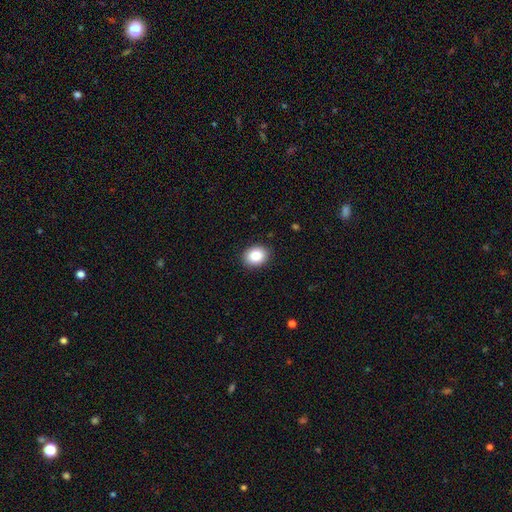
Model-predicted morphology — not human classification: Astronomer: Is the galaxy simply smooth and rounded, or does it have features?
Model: smooth — 86%.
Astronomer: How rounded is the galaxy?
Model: in between — 51% (runner-up: round, 49%).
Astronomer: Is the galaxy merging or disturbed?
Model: none — 90%.